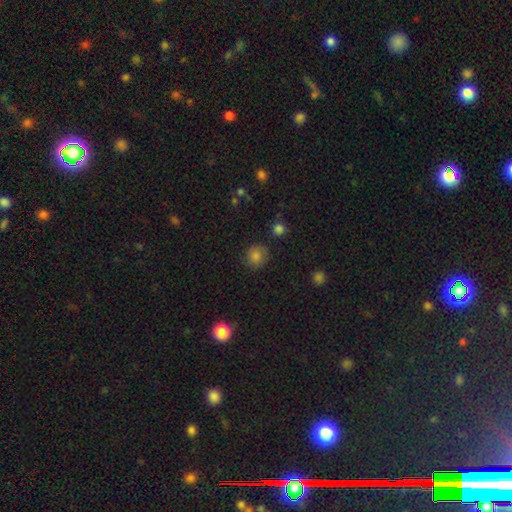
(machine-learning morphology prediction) type=smooth (81%); roundness=round (85%); merging=none (86%).